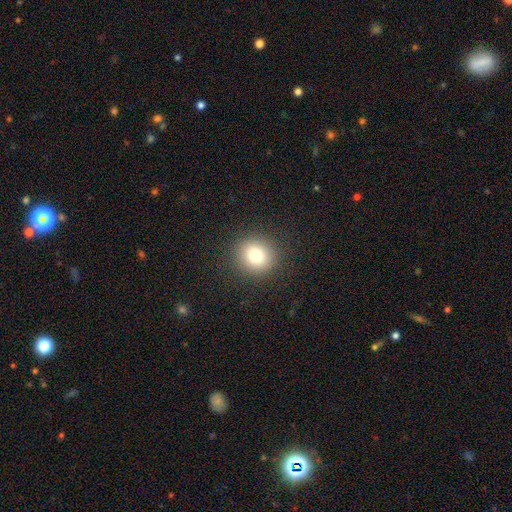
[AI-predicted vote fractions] Smooth or featured?
  - smooth: 78% *
  - star or artifact: 13%
  - featured or disk: 9%
How rounded?
  - round: 90% *
  - in between: 9%
  - cigar-shaped: 1%
Merging?
  - none: 90% *
  - minor disturbance: 6%
  - major disturbance: 3%
  - merger: 1%